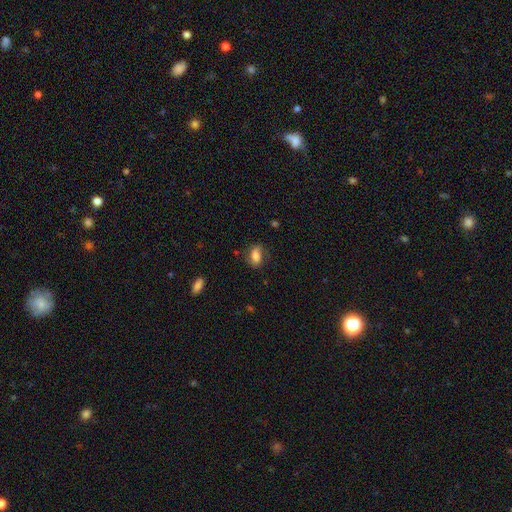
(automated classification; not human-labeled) smooth 66%, featured or disk 25%, star or artifact 9%. Down the decision tree: how rounded — in between (81%); merging — none (68%).